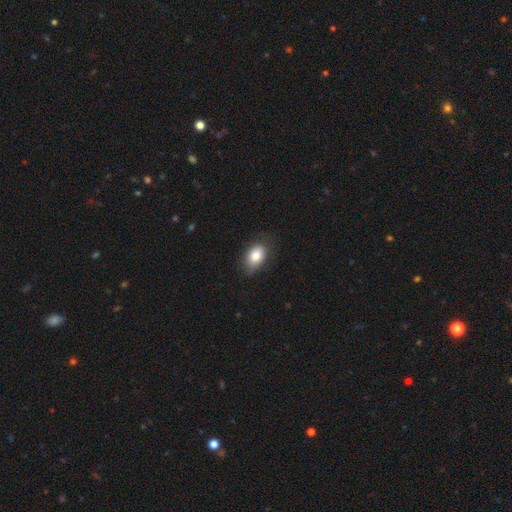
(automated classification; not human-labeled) Overall: smooth (82%). How rounded: in between (86%). Merging: none (72%).